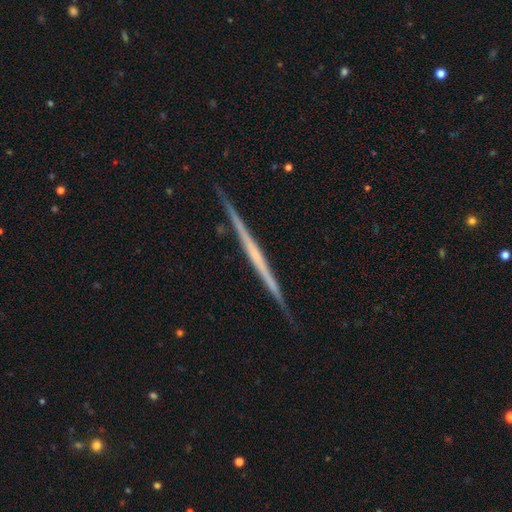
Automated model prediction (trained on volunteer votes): Smooth or featured? Predicted: featured or disk (p=0.73). Edge-on disk? Predicted: yes (p=0.98). Edge-on bulge? Predicted: none (p=0.84). Merging? Predicted: none (p=0.90).